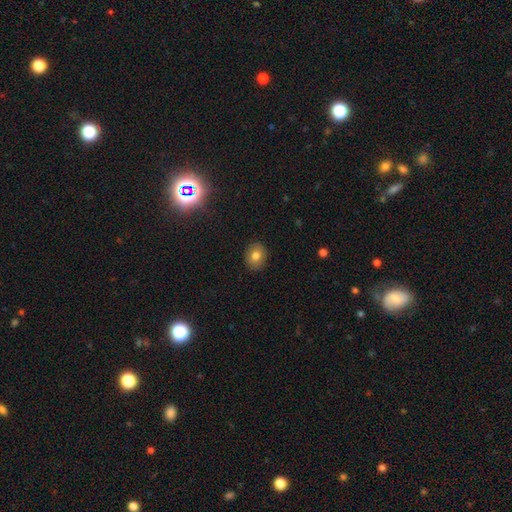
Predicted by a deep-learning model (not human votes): Smooth or featured? smooth (77%)
How rounded? round (55%)
Merging? none (89%)